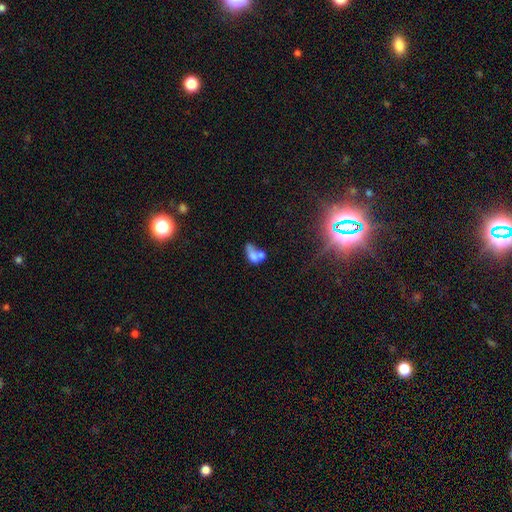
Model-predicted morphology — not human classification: Smooth or featured: smooth — 61% (featured or disk — 27%)
How rounded: in between — 76% (round — 18%)
Merging: merger — 60% (none — 17%)